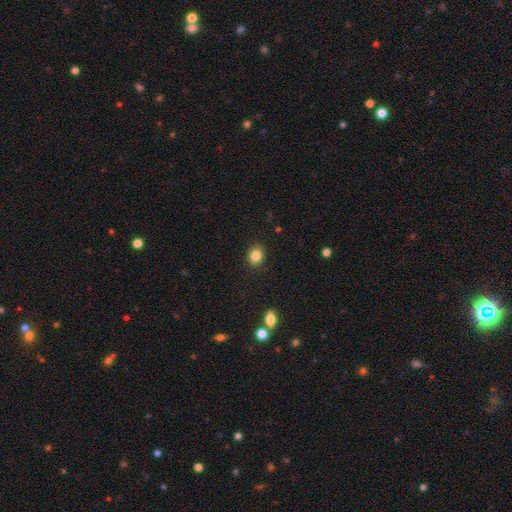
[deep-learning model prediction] This appears to be a smooth galaxy with no disk features (85%) that is in between round and cigar-shaped (50%). Merging: none (89%).